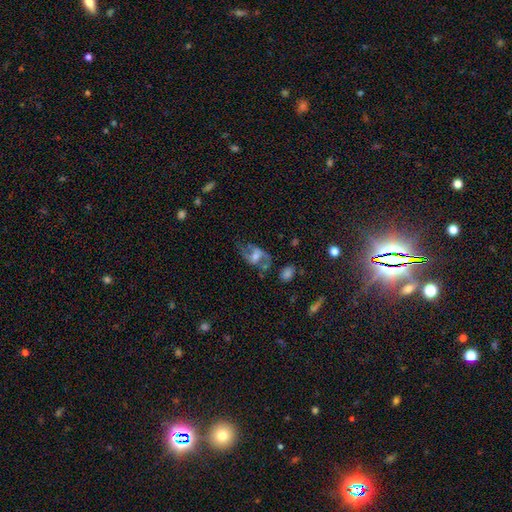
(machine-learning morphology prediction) smooth-or-featured: featured or disk: 66% | smooth: 24% | star or artifact: 10%
  disk-edge-on: no: 95% | yes: 5%
    bar: weak: 43% | no: 39% | strong: 19%
    has-spiral-arms: yes: 77% | no: 23%
    bulge-size: moderate: 47% | small: 30% | large: 11% | none: 10% | dominant: 2%
  merging: none: 46% | major disturbance: 24% | minor disturbance: 22% | merger: 9%